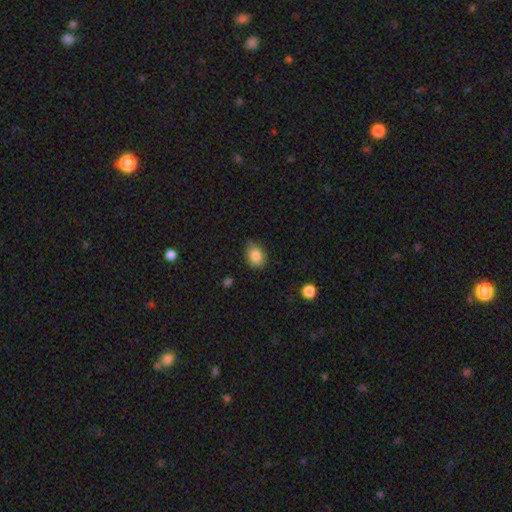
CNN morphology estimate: A smooth galaxy with no disk features (85%) that is in between round and cigar-shaped (60%). Merging: none (71%).